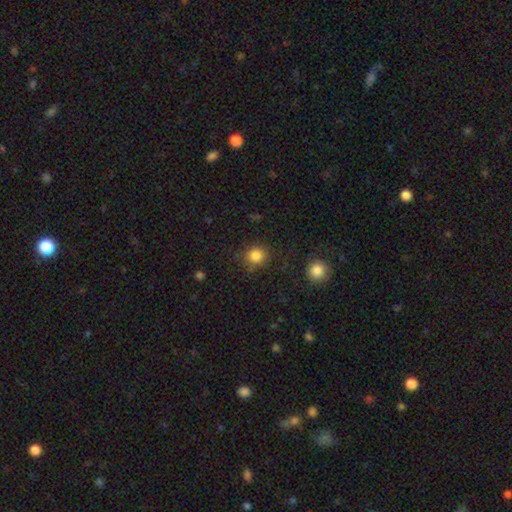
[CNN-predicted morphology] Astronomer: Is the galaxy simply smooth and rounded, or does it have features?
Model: smooth — 84%.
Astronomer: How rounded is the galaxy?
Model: round — 87%.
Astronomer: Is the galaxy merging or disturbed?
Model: none — 80%.